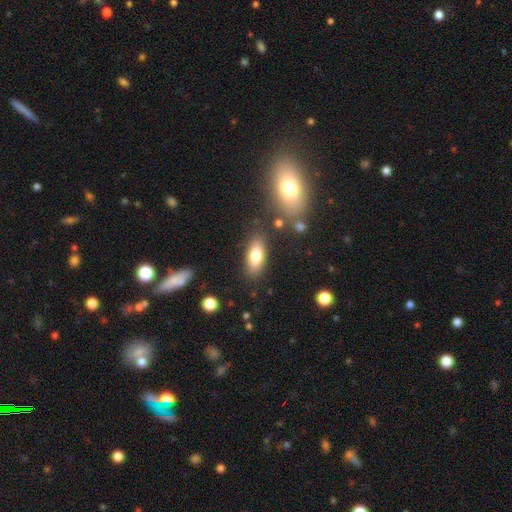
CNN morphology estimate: The model was most divided on "how rounded": in between: 79%, cigar-shaped: 18%, round: 3%. More confident: merging — none (82%); smooth or featured — smooth (77%).